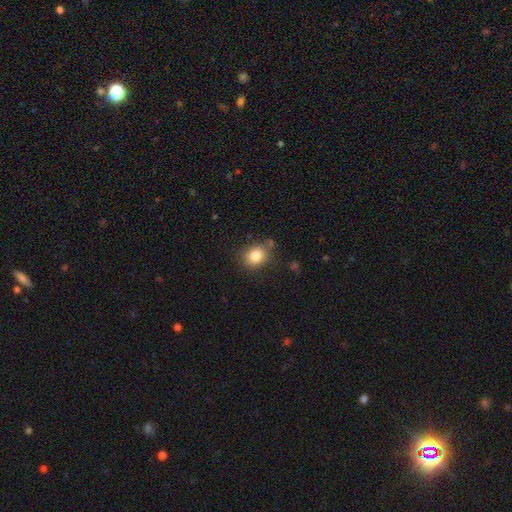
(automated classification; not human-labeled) Q: Smooth or featured?
A: smooth (84%); runner-up: star or artifact (10%)
Q: How rounded?
A: round (65%); runner-up: in between (34%)
Q: Merging?
A: none (75%); runner-up: minor disturbance (16%)